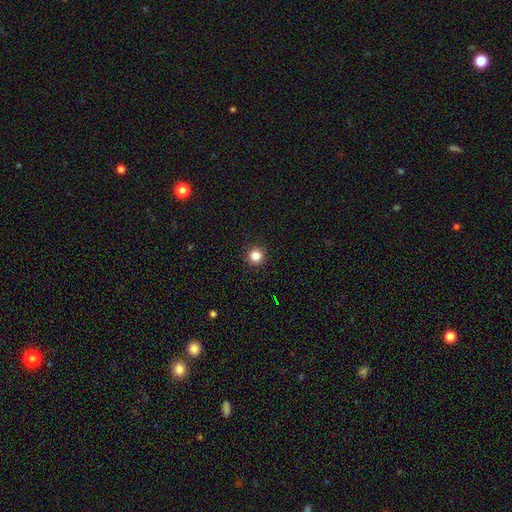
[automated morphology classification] A smooth galaxy with no disk features (84%) that is round (96%).

Vote fractions:
- Smooth or featured? smooth: 84% / star or artifact: 12% / featured or disk: 4%
- How rounded? round: 96% / in between: 3% / cigar-shaped: 1%
- Merging? none: 93% / minor disturbance: 4% / major disturbance: 2% / merger: 1%